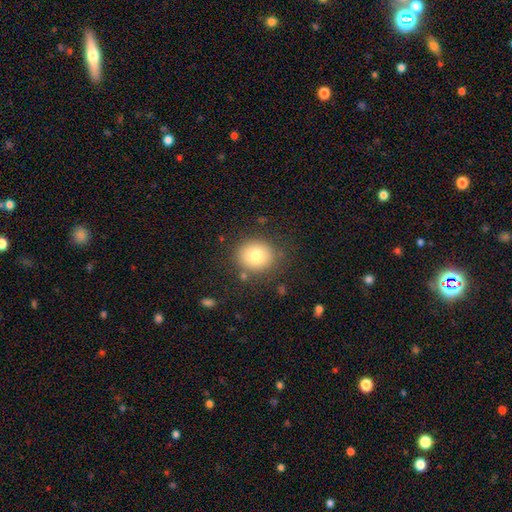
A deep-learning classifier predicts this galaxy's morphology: Smooth or featured? smooth (78%)
How rounded? round (74%)
Merging? none (83%)